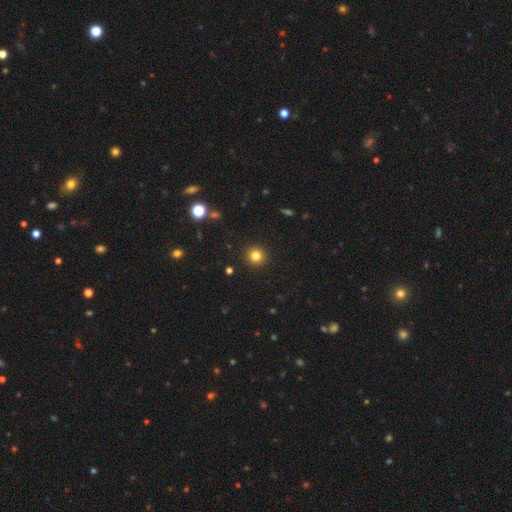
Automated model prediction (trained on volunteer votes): smooth 81%, star or artifact 13%, featured or disk 6%. Down the decision tree: how rounded — round (94%); merging — none (93%).